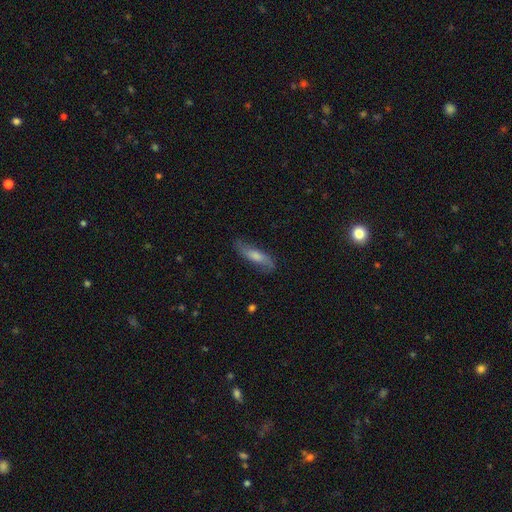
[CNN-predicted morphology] Smooth or featured? featured or disk (51%)
Edge-on disk? no (66%)
Merging? none (78%)